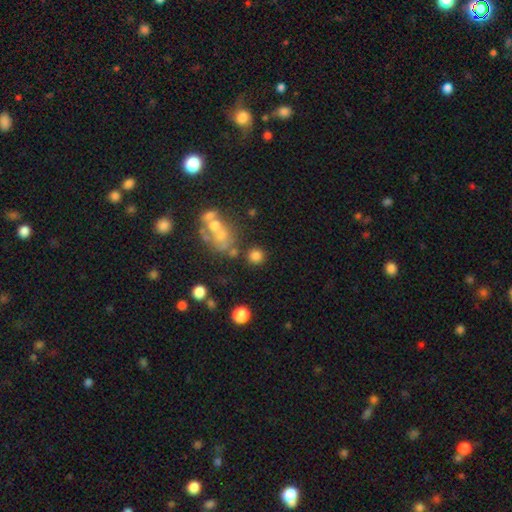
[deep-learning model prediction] This appears to be a smooth galaxy with no disk features (74%) that is round (86%). Merging: none (69%).